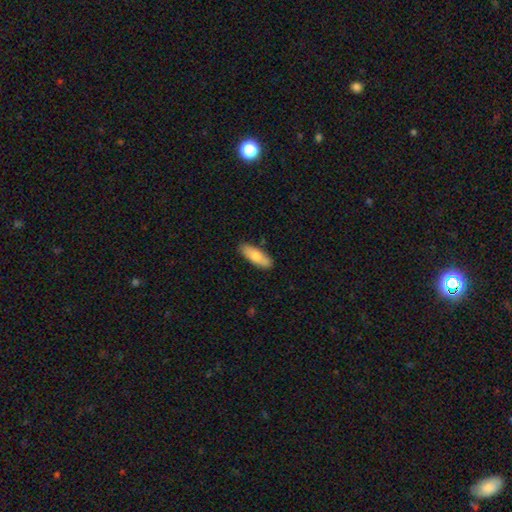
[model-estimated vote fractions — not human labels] Smooth or featured: smooth — 72% (featured or disk — 22%)
How rounded: in between — 69% (cigar-shaped — 29%)
Merging: none — 84% (minor disturbance — 12%)